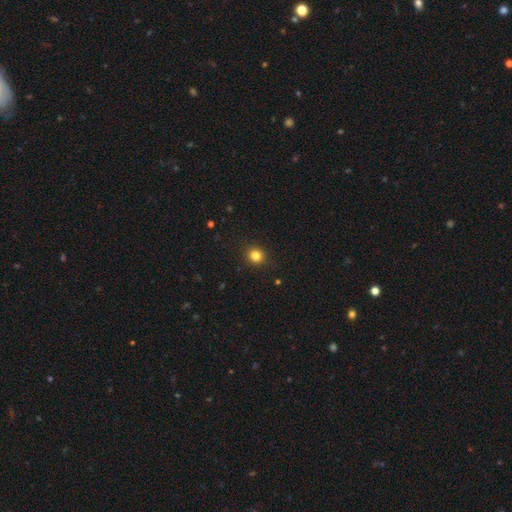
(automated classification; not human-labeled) The model was most divided on "smooth or featured": smooth: 82%, star or artifact: 13%, featured or disk: 5%. More confident: merging — none (91%); how rounded — round (88%).